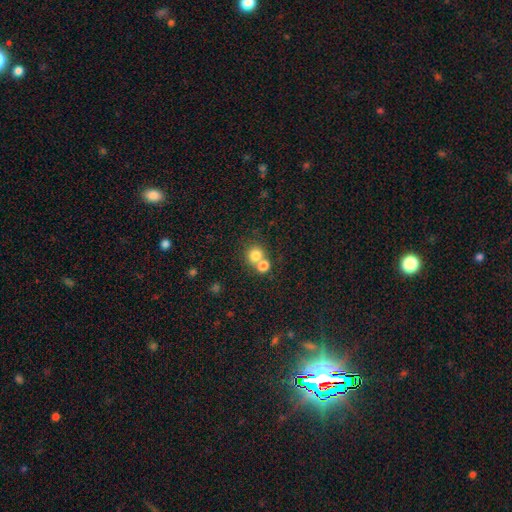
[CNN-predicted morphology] Smooth or featured? Predicted: smooth (p=0.77). How rounded? Predicted: round (p=0.83). Merging? Predicted: merger (p=0.54).